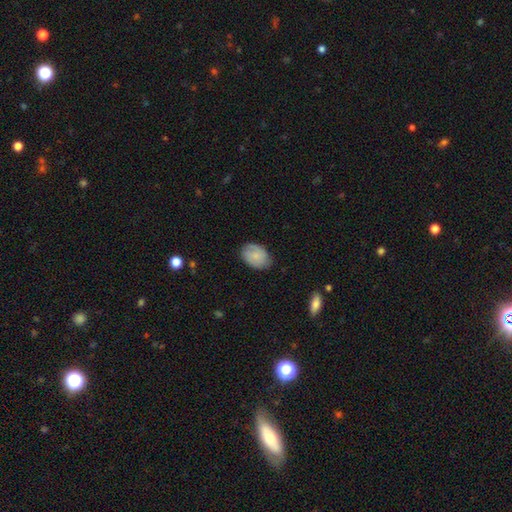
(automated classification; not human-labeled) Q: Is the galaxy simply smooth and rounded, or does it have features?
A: smooth — 70%.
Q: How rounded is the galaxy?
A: in between — 78%.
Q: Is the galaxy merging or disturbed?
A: none — 77%.